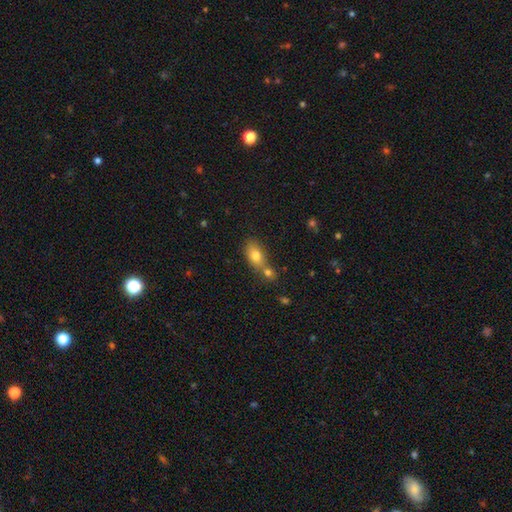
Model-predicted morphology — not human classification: A smooth galaxy with no disk features (77%) that is in between round and cigar-shaped (81%). Merging: merger (43%).